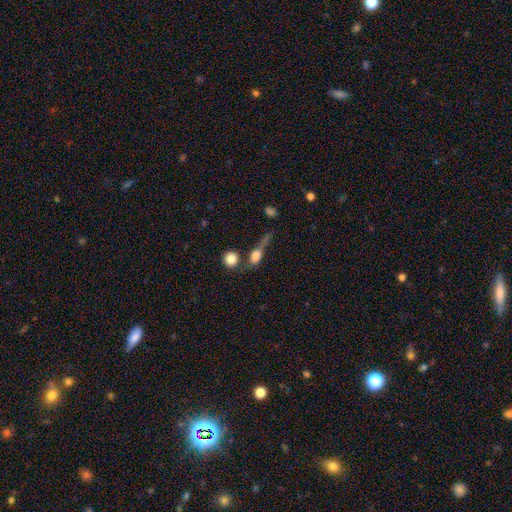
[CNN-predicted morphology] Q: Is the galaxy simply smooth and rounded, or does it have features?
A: smooth — 67%.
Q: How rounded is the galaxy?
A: in between — 49%.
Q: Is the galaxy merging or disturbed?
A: none — 38%.